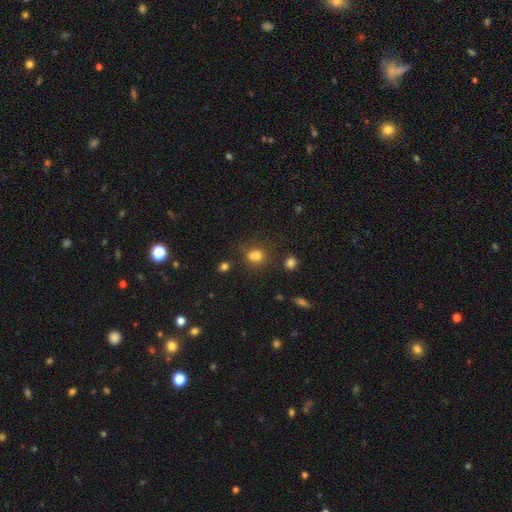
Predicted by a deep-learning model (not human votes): Smooth or featured?
  - smooth: 72% *
  - star or artifact: 16%
  - featured or disk: 12%
How rounded?
  - round: 75% *
  - in between: 24%
  - cigar-shaped: 1%
Merging?
  - merger: 43% * (tied)
  - none: 43% * (tied)
  - minor disturbance: 10%
  - major disturbance: 4%